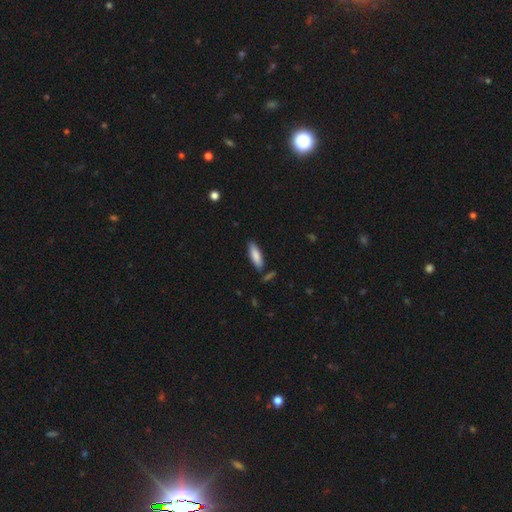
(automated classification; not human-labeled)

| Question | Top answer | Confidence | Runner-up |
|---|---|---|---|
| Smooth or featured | smooth | 83% | featured or disk (11%) |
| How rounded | cigar-shaped | 52% | in between (47%) |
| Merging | none | 81% | minor disturbance (12%) |